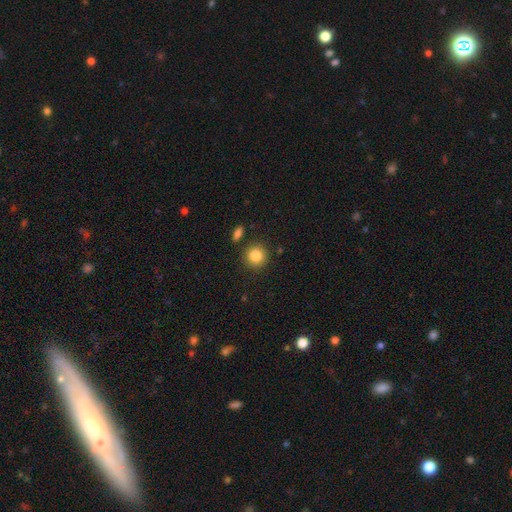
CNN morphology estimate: Smooth or featured? smooth (85%)
How rounded? round (91%)
Merging? none (86%)